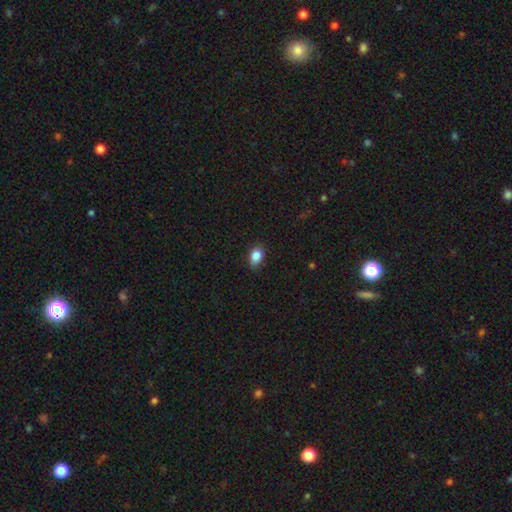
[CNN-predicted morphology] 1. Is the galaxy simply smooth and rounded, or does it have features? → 86% smooth, 9% star or artifact, 5% featured or disk.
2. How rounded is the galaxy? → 75% in between, 23% round, 1% cigar-shaped.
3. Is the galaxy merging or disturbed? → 81% none, 15% minor disturbance, 3% major disturbance, 1% merger.